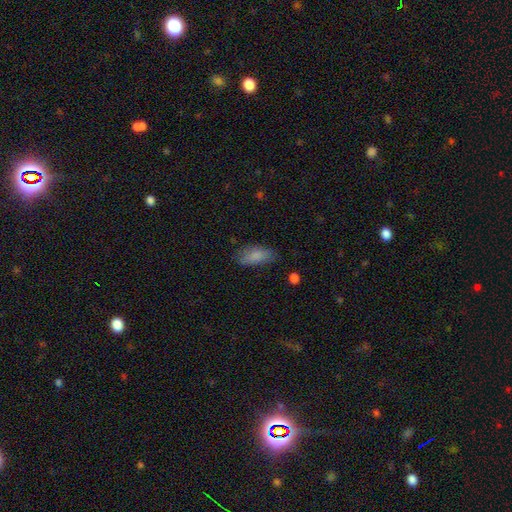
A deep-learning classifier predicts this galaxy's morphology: This appears to be a smooth galaxy with no disk features (83%) that is in between round and cigar-shaped (80%). Merging: none (72%).